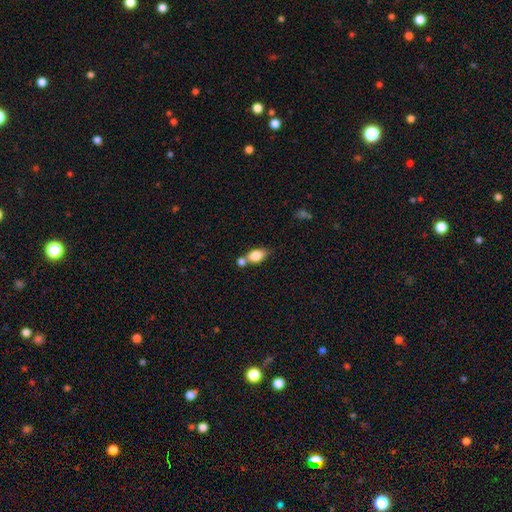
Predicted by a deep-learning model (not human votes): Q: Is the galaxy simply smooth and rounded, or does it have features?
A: smooth — 81%.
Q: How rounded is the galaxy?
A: in between — 81%.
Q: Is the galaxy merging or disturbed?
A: none — 41%.